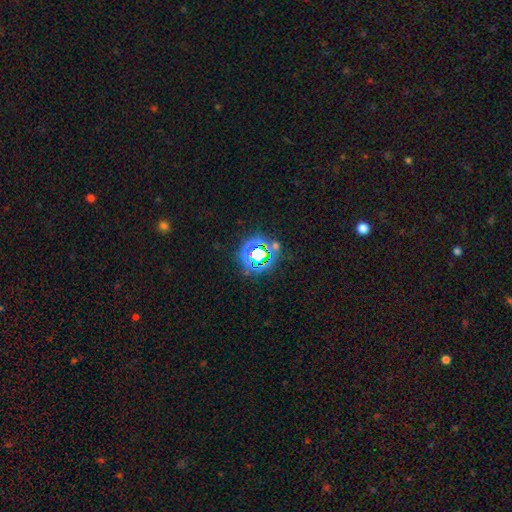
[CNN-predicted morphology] smooth-or-featured: star or artifact: 69% | smooth: 20% | featured or disk: 11%